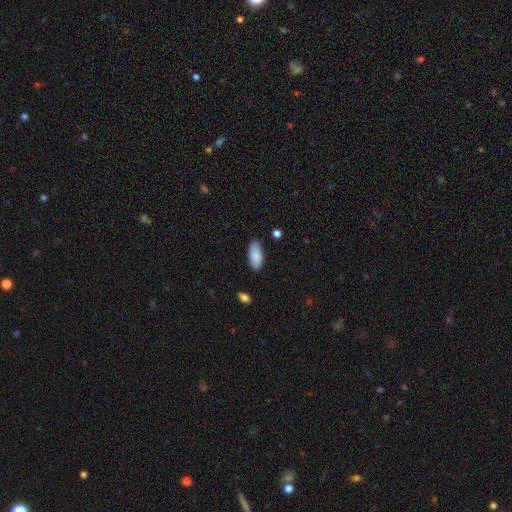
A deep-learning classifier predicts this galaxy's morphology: type=smooth (89%); roundness=in between (90%); merging=none (86%).